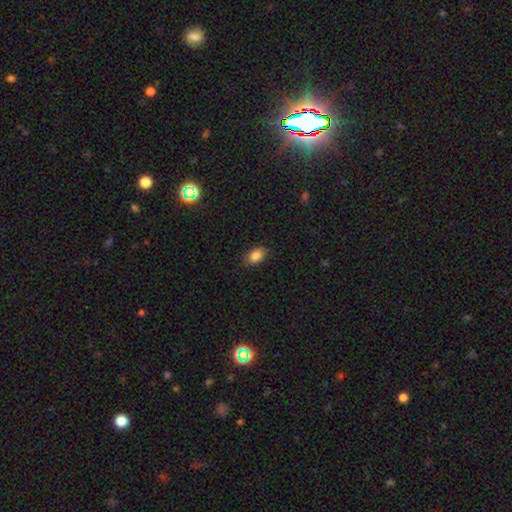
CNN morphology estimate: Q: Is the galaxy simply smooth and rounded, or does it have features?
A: smooth — 86%.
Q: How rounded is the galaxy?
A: in between — 87%.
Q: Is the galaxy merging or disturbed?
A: none — 85%.